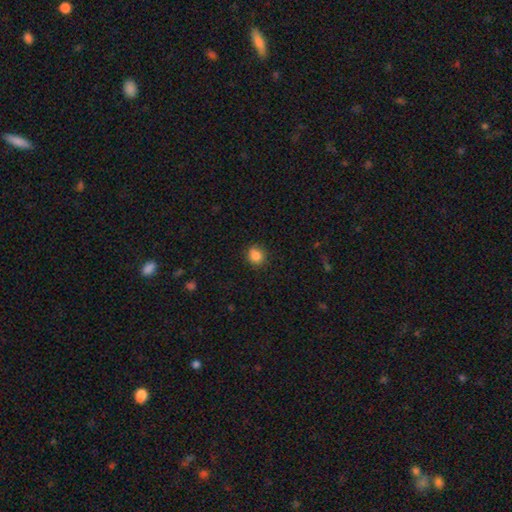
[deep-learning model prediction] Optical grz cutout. It shows a smooth galaxy with no disk features (85%) that is round (72%). Merging: none (81%).